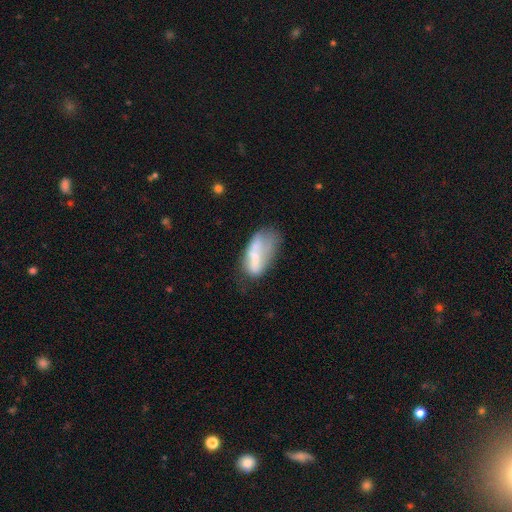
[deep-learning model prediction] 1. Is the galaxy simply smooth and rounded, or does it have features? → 55% smooth, 36% featured or disk, 9% star or artifact.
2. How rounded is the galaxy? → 87% in between, 10% cigar-shaped, 4% round.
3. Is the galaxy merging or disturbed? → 29% major disturbance (tied), 29% minor disturbance (tied), 29% none (tied), 13% merger.